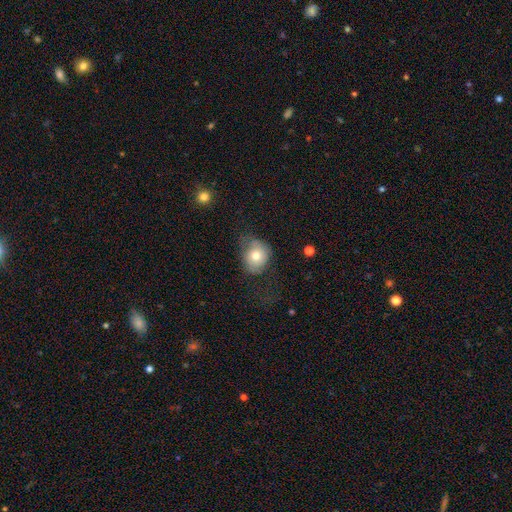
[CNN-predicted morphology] Smooth or featured? smooth (72%)
How rounded? round (62%)
Merging? none (45%)